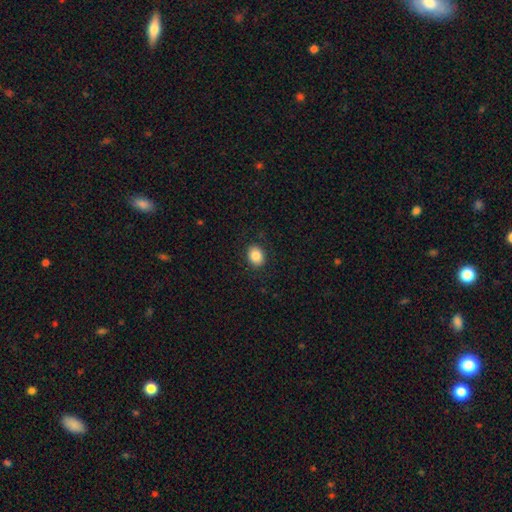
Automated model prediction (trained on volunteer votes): Q: Smooth or featured?
A: smooth (86%); runner-up: star or artifact (9%)
Q: How rounded?
A: in between (55%); runner-up: round (44%)
Q: Merging?
A: none (89%); runner-up: minor disturbance (8%)